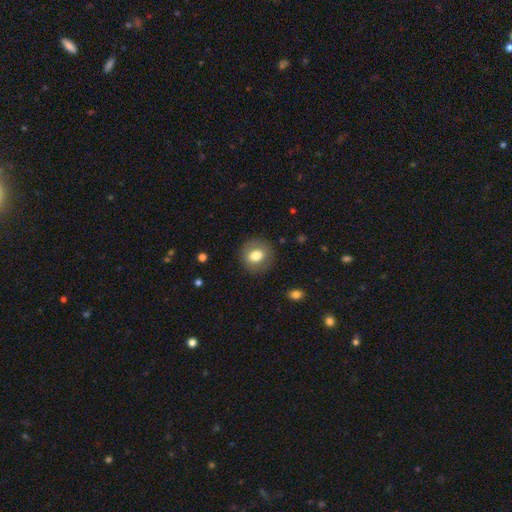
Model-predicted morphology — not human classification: A smooth galaxy with no disk features (74%) that is round (76%). Merging: none (87%).